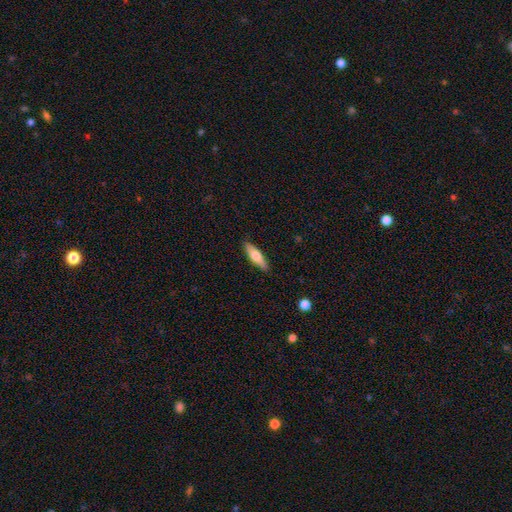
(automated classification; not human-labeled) Smooth or featured? Predicted: smooth (p=0.64). How rounded? Predicted: cigar-shaped (p=0.61). Merging? Predicted: none (p=0.89).